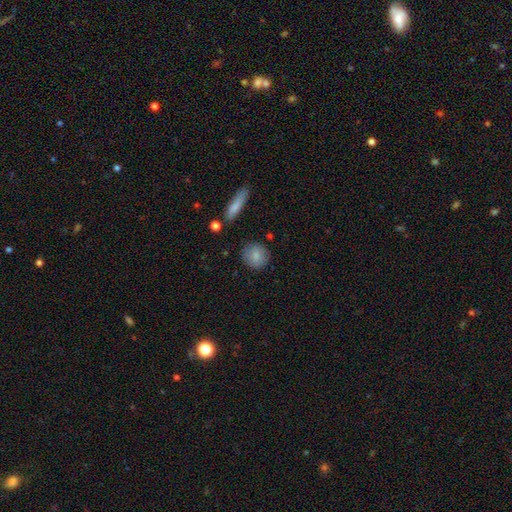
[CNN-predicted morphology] type=smooth (85%); roundness=round (85%); merging=none (85%).